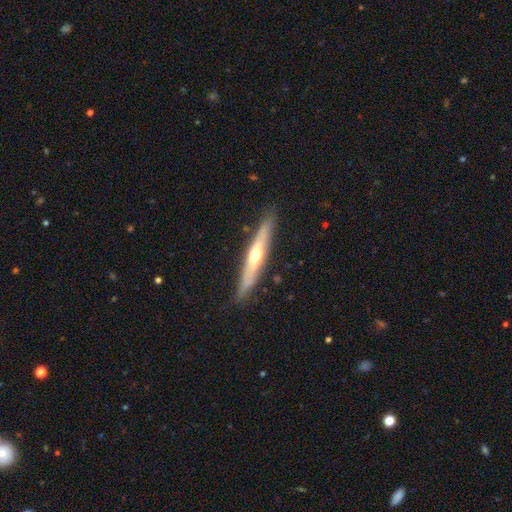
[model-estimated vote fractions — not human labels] This appears to be a featured or disk galaxy (65%) viewed edge-on (90%) with a rounded central bulge (82%). Merging: none (87%).